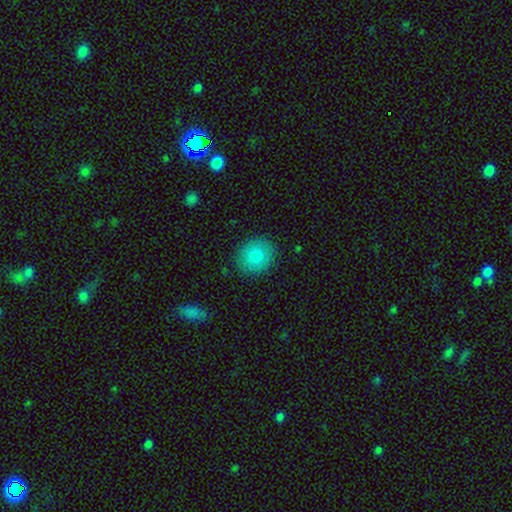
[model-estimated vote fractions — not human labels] This appears to be a smooth galaxy with no disk features (83%) that is round (79%). Merging: none (88%).